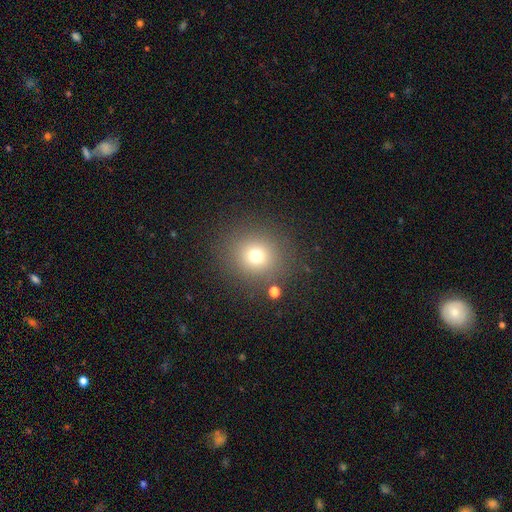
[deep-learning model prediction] This is likely a smooth galaxy (72%). How rounded: clearly round (88%). Merging: clearly none (85%).